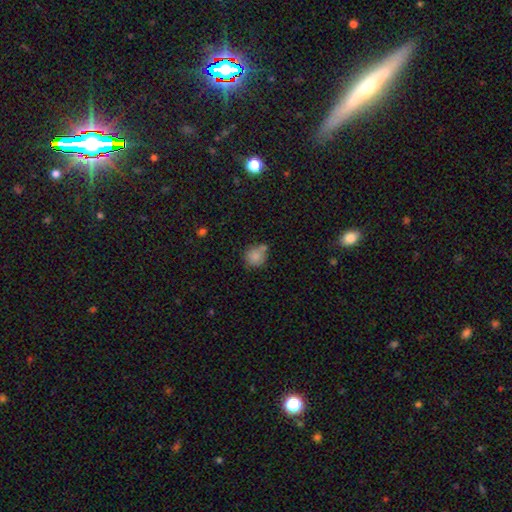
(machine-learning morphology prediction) The model was most divided on "merging": none: 54%, merger: 21%, minor disturbance: 19%, major disturbance: 5%. More confident: how rounded — round (85%); smooth or featured — smooth (82%).